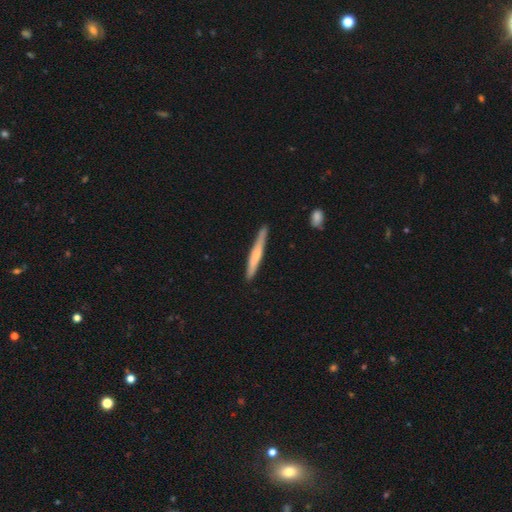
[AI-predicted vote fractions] Smooth or featured: smooth — 55% (featured or disk — 40%)
How rounded: cigar-shaped — 96% (in between — 3%)
Merging: none — 86% (minor disturbance — 11%)